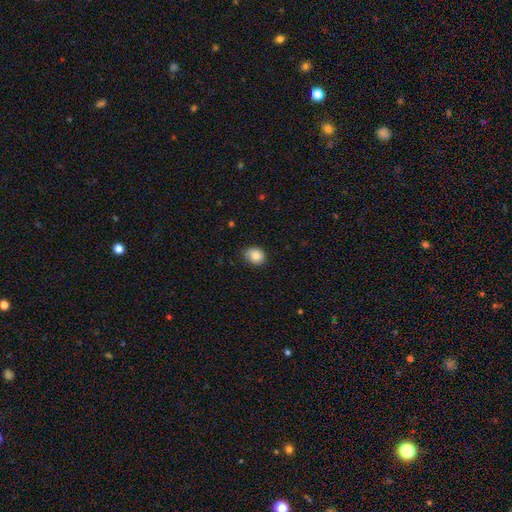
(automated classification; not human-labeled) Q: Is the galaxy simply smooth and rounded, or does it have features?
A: smooth — 85%.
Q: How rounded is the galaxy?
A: round — 51%.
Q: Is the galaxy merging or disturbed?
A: none — 79%.